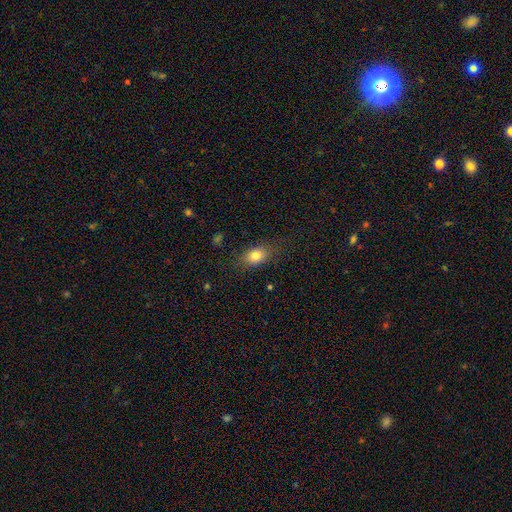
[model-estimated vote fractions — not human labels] smooth 79%, featured or disk 11%, star or artifact 10%. Down the decision tree: how rounded — in between (75%); merging — none (79%).